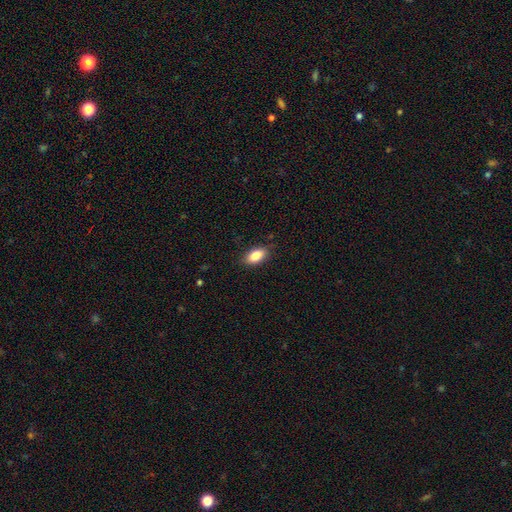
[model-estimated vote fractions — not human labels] Smooth or featured?
  - smooth: 86% *
  - star or artifact: 7%
  - featured or disk: 7%
How rounded?
  - in between: 91% *
  - round: 5%
  - cigar-shaped: 4%
Merging?
  - none: 85% *
  - minor disturbance: 11%
  - major disturbance: 2%
  - merger: 1%